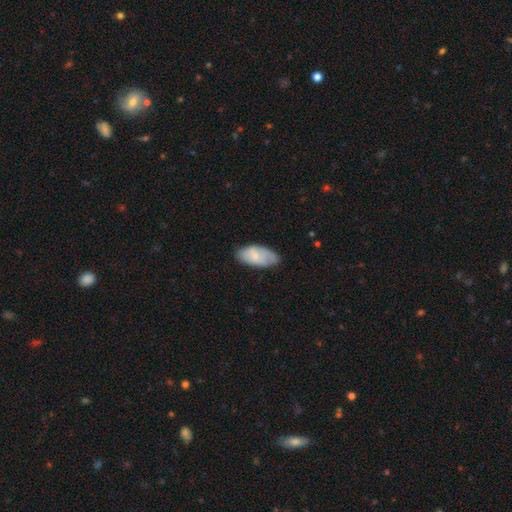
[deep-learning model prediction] This is likely a smooth galaxy (70%). How rounded: clearly in between (93%). Merging: likely none (66%).